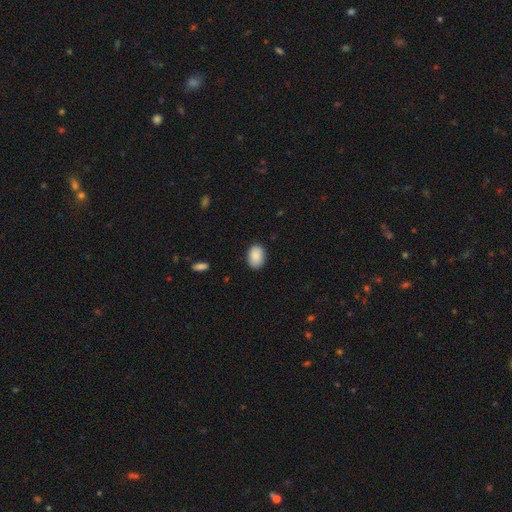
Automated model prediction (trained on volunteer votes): The model was most divided on "how rounded": in between: 83%, round: 16%, cigar-shaped: 1%. More confident: smooth or featured — smooth (89%); merging — none (87%).